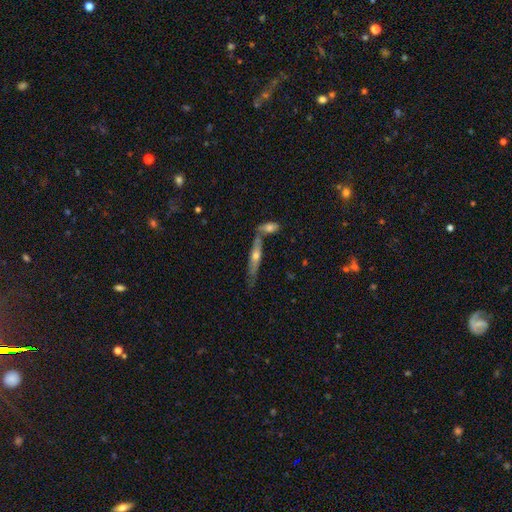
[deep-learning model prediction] This appears to be a featured or disk galaxy (62%) viewed edge-on (88%) with a rounded central bulge (85%). Merging: none (60%).